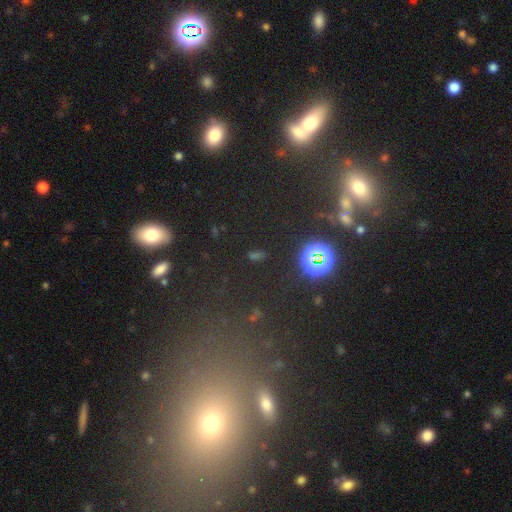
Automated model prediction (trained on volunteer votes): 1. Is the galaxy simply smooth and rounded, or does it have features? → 45% smooth, 39% star or artifact, 15% featured or disk.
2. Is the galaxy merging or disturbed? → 72% none, 11% minor disturbance, 11% merger, 6% major disturbance.